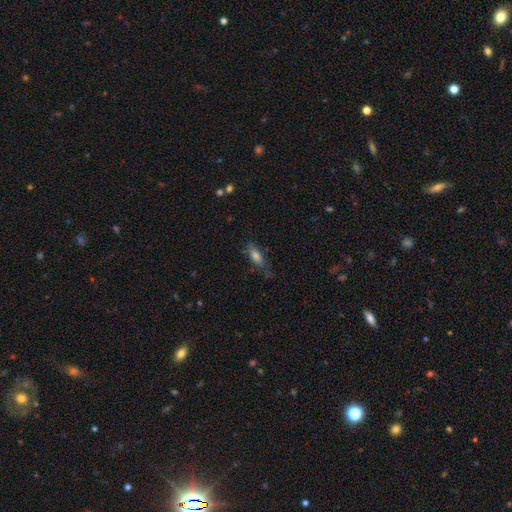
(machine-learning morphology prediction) Smooth or featured? Predicted: smooth (p=0.72). How rounded? Predicted: in between (p=0.62). Merging? Predicted: none (p=0.67).